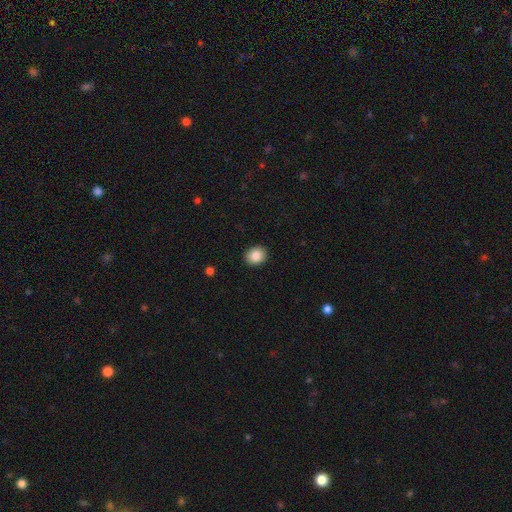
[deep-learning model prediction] smooth_or_featured: smooth (p=0.87) [alt: star or artifact p=0.09]
how_rounded: round (p=0.56) [alt: in between p=0.43]
merging: none (p=0.91) [alt: minor disturbance p=0.06]